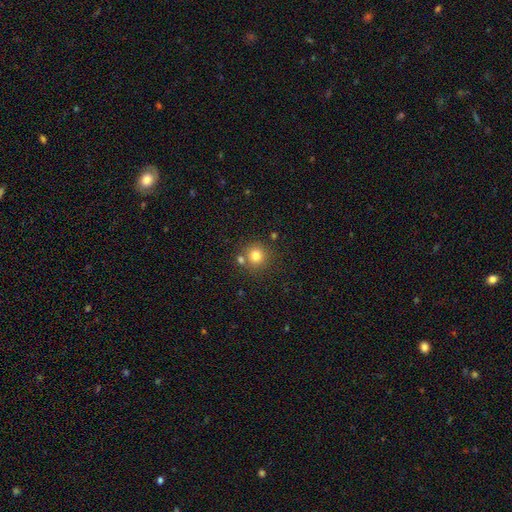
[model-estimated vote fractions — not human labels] A smooth galaxy with no disk features (79%) that is round (92%).

Vote fractions:
- Smooth or featured? smooth: 79% / star or artifact: 13% / featured or disk: 8%
- How rounded? round: 92% / in between: 7% / cigar-shaped: 1%
- Merging? none: 74% / merger: 14% / minor disturbance: 9% / major disturbance: 3%